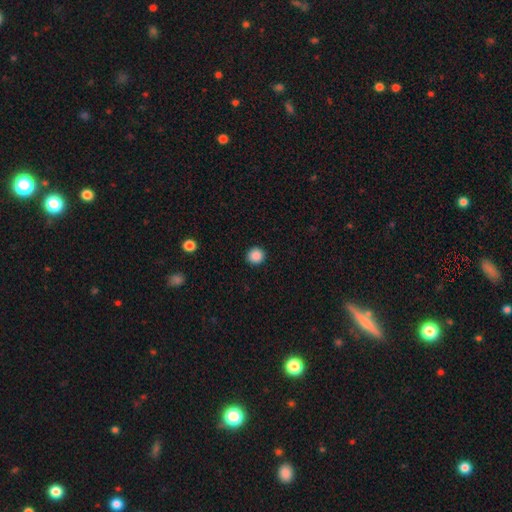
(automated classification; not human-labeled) Overall: smooth (88%). How rounded: round (92%). Merging: none (92%).